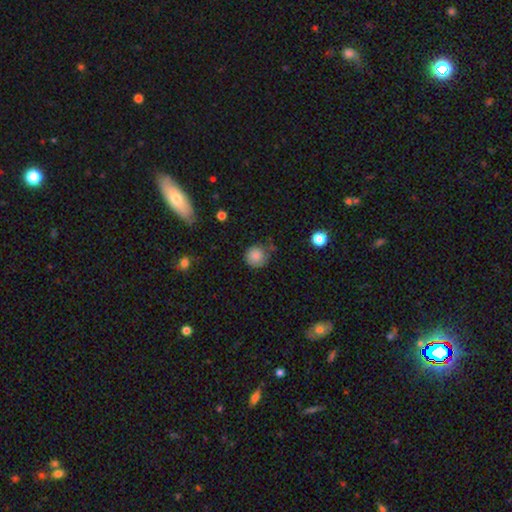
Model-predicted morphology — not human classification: Smooth or featured?
  - smooth: 85% *
  - star or artifact: 9%
  - featured or disk: 5%
How rounded?
  - round: 92% *
  - in between: 7%
  - cigar-shaped: 1%
Merging?
  - none: 68% *
  - minor disturbance: 21%
  - major disturbance: 6%
  - merger: 4%